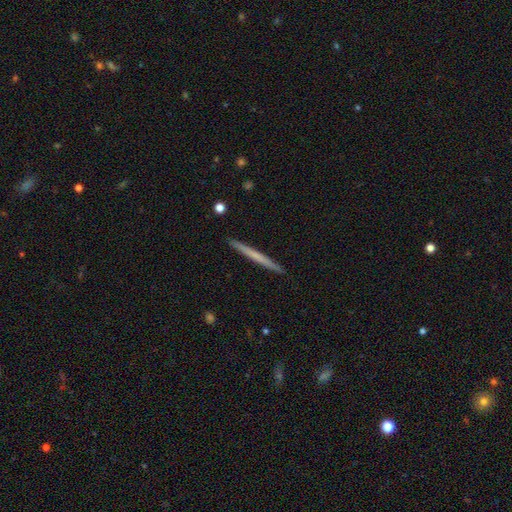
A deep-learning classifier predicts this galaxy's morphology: Smooth or featured?
  - smooth: 52% *
  - featured or disk: 42%
  - star or artifact: 5%
How rounded?
  - cigar-shaped: 97% *
  - in between: 2%
  - round: 1%
Merging?
  - none: 93% *
  - minor disturbance: 5%
  - major disturbance: 1%
  - merger: 1%